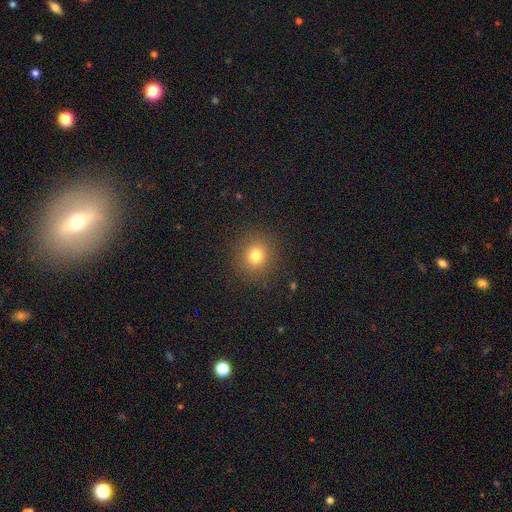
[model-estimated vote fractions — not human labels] This is likely a smooth galaxy (77%). How rounded: clearly round (88%). Merging: clearly none (89%).